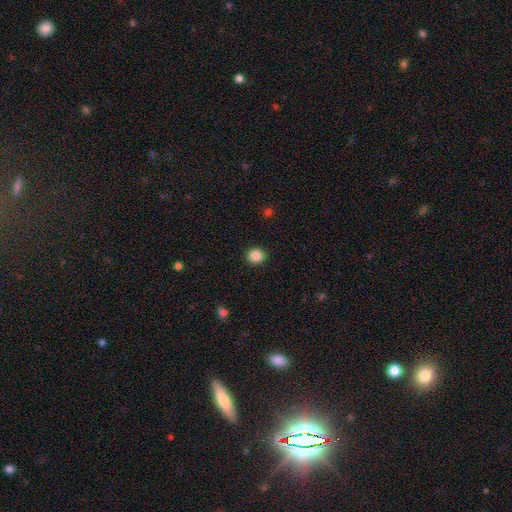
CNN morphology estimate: Smooth or featured: smooth — 87% (star or artifact — 10%)
How rounded: round — 89% (in between — 10%)
Merging: none — 92% (minor disturbance — 5%)